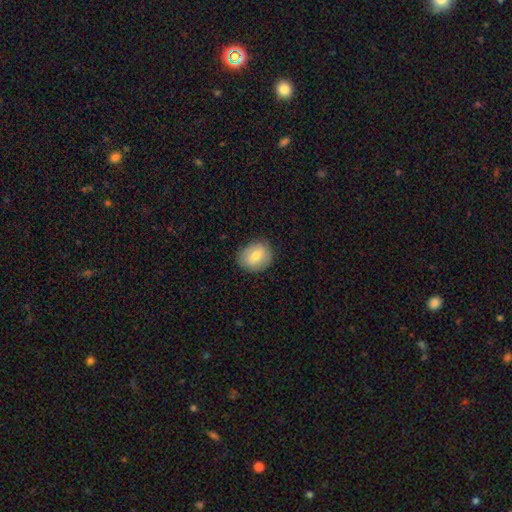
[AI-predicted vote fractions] Smooth or featured?
  - smooth: 74% *
  - featured or disk: 18%
  - star or artifact: 8%
How rounded?
  - round: 57% *
  - in between: 42%
  - cigar-shaped: 1%
Merging?
  - none: 87% *
  - minor disturbance: 10%
  - major disturbance: 2%
  - merger: 1%